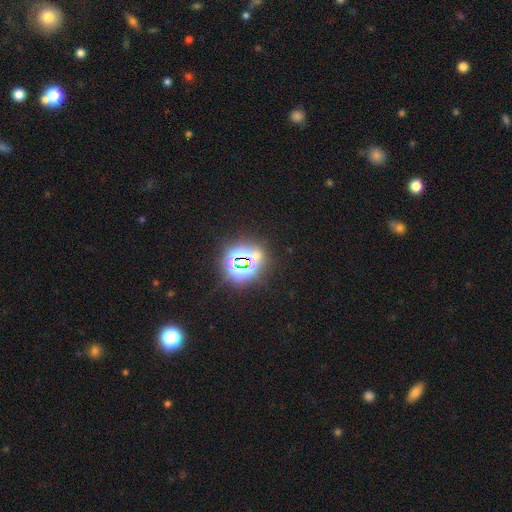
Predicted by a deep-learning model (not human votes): The model was most divided on "smooth or featured": star or artifact: 70%, smooth: 21%, featured or disk: 9%.